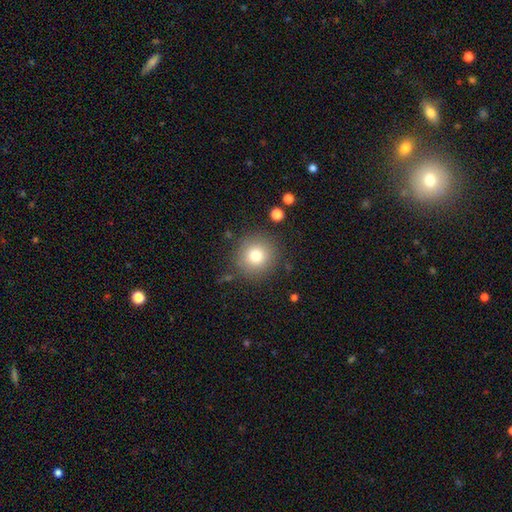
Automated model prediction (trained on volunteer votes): Q: Smooth or featured?
A: smooth (78%); runner-up: star or artifact (12%)
Q: How rounded?
A: round (93%); runner-up: in between (6%)
Q: Merging?
A: none (85%); runner-up: minor disturbance (9%)